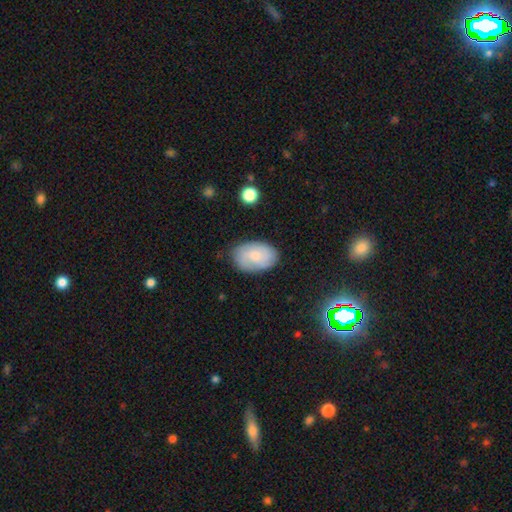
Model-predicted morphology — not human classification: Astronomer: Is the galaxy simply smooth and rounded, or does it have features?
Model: smooth — 63%.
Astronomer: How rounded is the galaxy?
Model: in between — 88%.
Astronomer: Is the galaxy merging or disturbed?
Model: none — 79%.